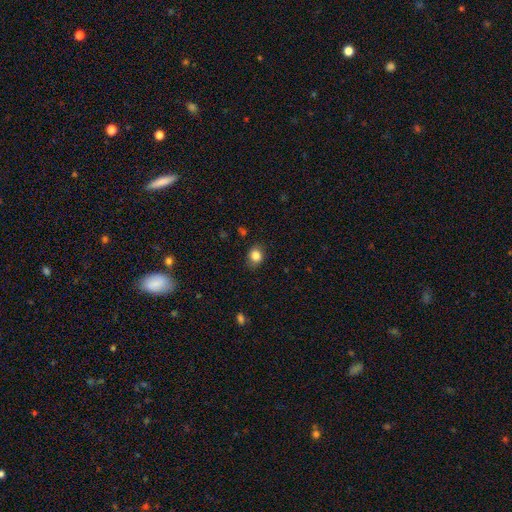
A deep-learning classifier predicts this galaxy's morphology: This appears to be a smooth galaxy with no disk features (84%) that is round (55%). Merging: none (84%).